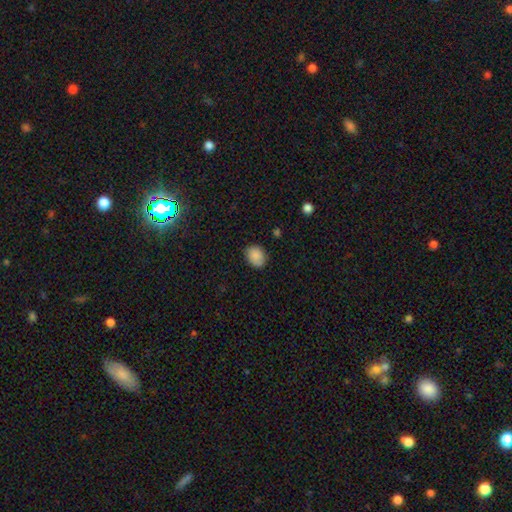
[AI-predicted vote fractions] Smooth or featured?
  - smooth: 87% *
  - star or artifact: 8%
  - featured or disk: 5%
How rounded?
  - in between: 55% *
  - round: 44%
  - cigar-shaped: 1%
Merging?
  - none: 80% *
  - minor disturbance: 16%
  - major disturbance: 3%
  - merger: 1%